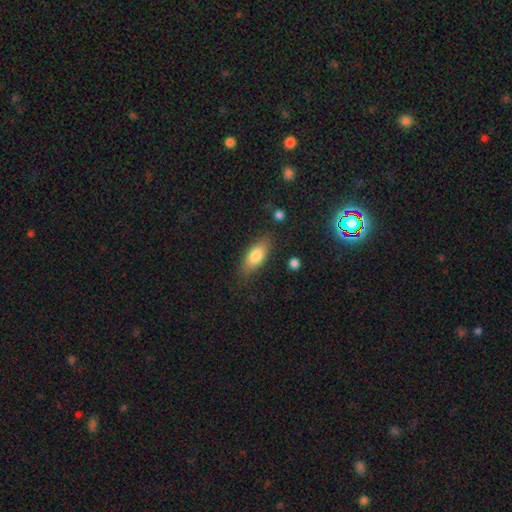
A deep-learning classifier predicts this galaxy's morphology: This is likely a smooth galaxy (79%). How rounded: clearly in between (81%). Merging: likely none (79%).